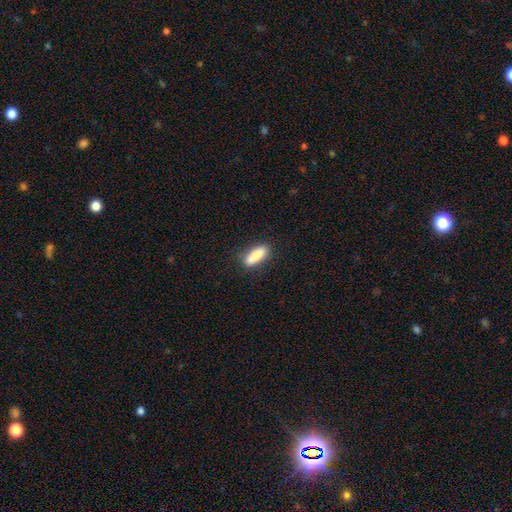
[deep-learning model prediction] smooth_or_featured: smooth (p=0.82) [alt: featured or disk p=0.12]
how_rounded: in between (p=0.58) [alt: cigar-shaped p=0.39]
merging: none (p=0.84) [alt: minor disturbance p=0.12]